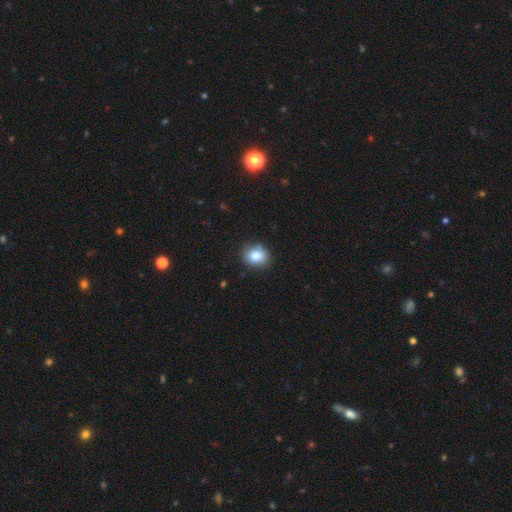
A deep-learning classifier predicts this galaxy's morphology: Overall: smooth (84%). How rounded: round (60%; in between 39%). Merging: none (80%).